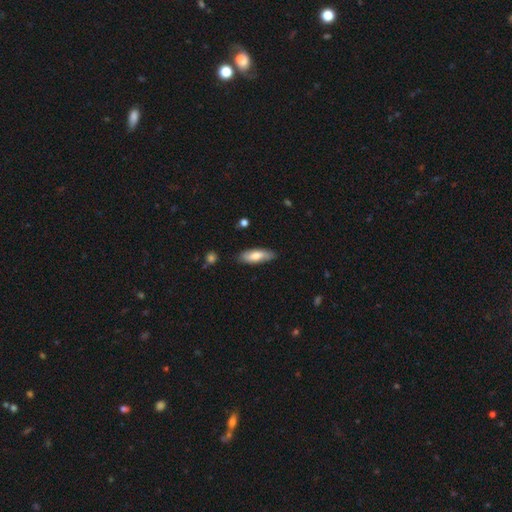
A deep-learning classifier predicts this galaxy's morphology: Smooth or featured?
  - smooth: 68% *
  - featured or disk: 26%
  - star or artifact: 6%
How rounded?
  - in between: 67% *
  - cigar-shaped: 31%
  - round: 2%
Merging?
  - none: 82% *
  - minor disturbance: 14%
  - major disturbance: 2%
  - merger: 1%